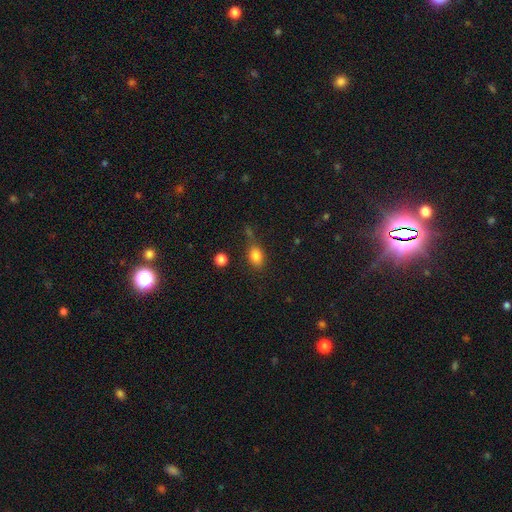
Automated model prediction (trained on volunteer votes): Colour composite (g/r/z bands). It shows a smooth galaxy with no disk features (82%) that is in between round and cigar-shaped (72%). Merging: none (67%).